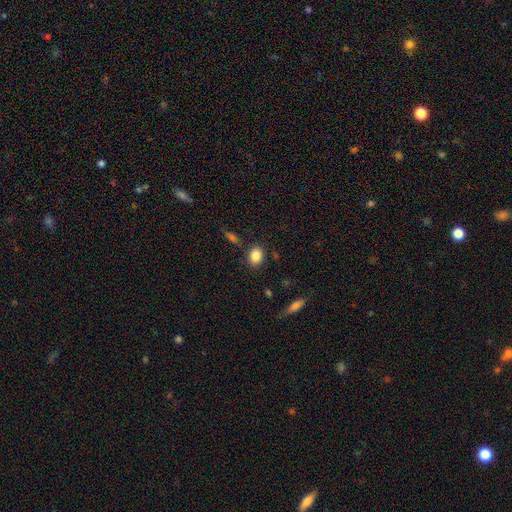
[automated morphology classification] smooth_or_featured: smooth (p=0.85) [alt: star or artifact p=0.09]
how_rounded: in between (p=0.60) [alt: round p=0.38]
merging: none (p=0.83) [alt: minor disturbance p=0.10]